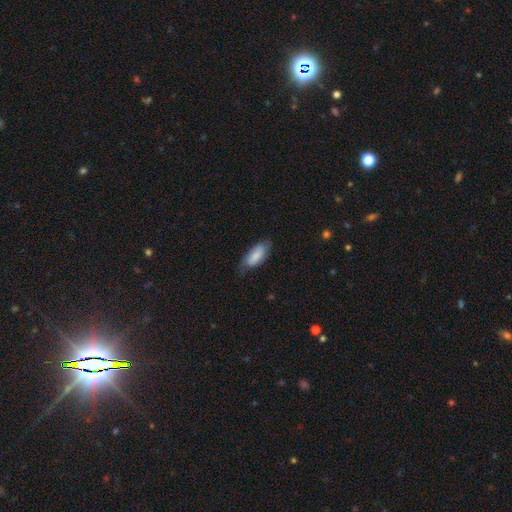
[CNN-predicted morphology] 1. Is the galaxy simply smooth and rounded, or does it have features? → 74% smooth, 19% featured or disk, 6% star or artifact.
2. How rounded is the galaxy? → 85% in between, 13% cigar-shaped, 2% round.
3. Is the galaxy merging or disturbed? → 63% none, 28% minor disturbance, 8% major disturbance, 1% merger.